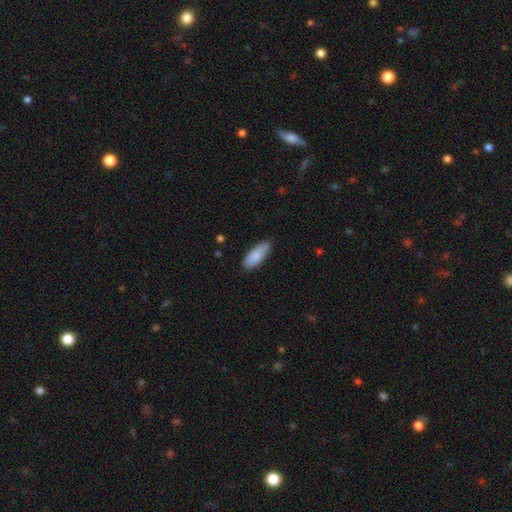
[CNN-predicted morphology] smooth 86%, featured or disk 9%, star or artifact 5%. Down the decision tree: how rounded — in between (73%); merging — none (84%).